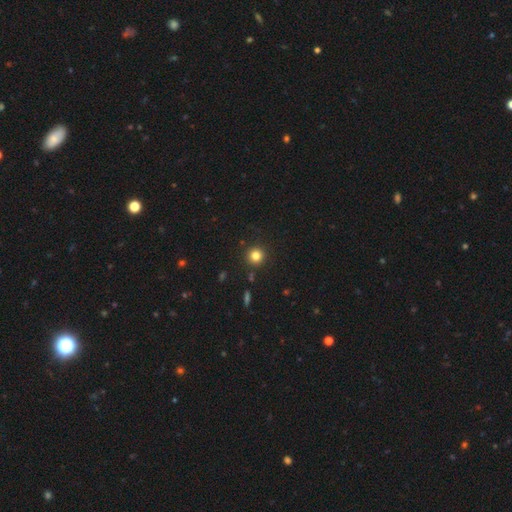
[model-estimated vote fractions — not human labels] smooth-or-featured: smooth: 81% | star or artifact: 13% | featured or disk: 6%
  how-rounded: round: 95% | in between: 4% | cigar-shaped: 1%
  merging: none: 91% | minor disturbance: 5% | merger: 2% | major disturbance: 2%